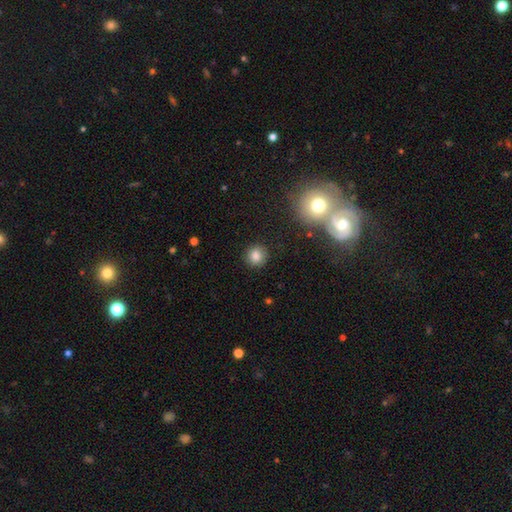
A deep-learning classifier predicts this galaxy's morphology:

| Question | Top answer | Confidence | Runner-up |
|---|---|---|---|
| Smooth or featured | smooth | 83% | star or artifact (12%) |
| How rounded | round | 89% | in between (10%) |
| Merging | none | 89% | minor disturbance (7%) |